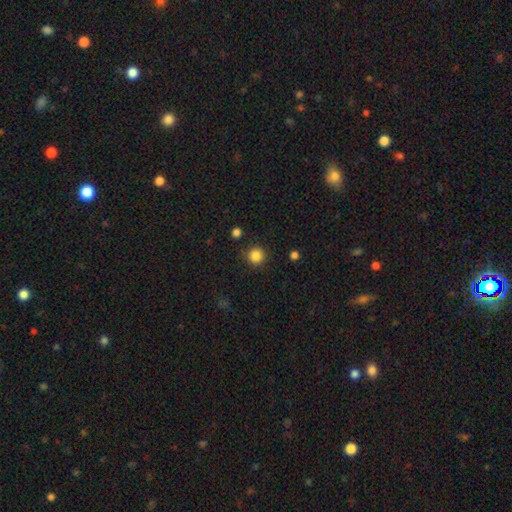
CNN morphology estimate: type=smooth (85%); roundness=round (94%); merging=none (88%).